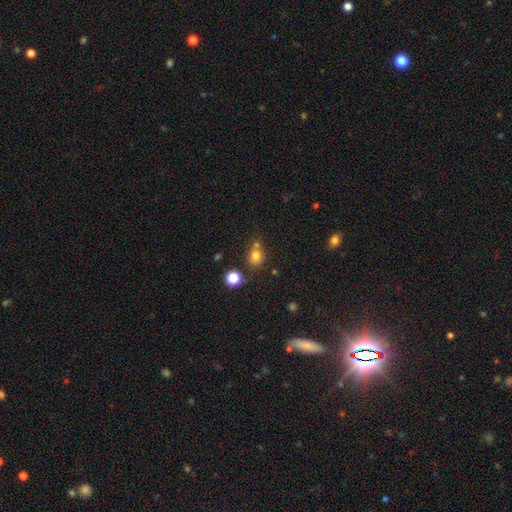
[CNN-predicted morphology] This appears to be a smooth galaxy with no disk features (77%) that is round (70%). Merging: none (57%).